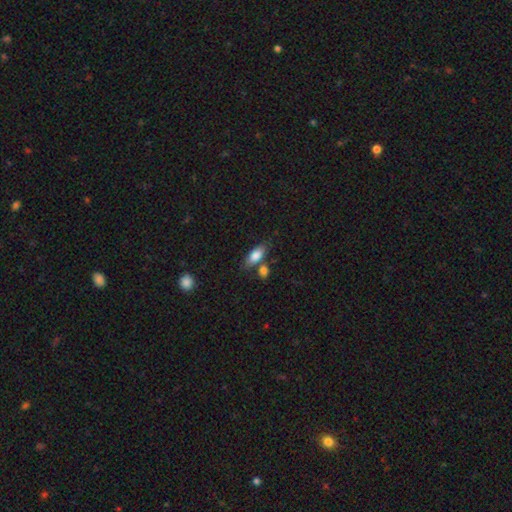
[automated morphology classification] A smooth galaxy with no disk features (80%) that is in between round and cigar-shaped (82%).

Vote fractions:
- Smooth or featured? smooth: 80% / featured or disk: 13% / star or artifact: 7%
- How rounded? in between: 82% / cigar-shaped: 14% / round: 4%
- Merging? none: 65% / merger: 16% / minor disturbance: 15% / major disturbance: 4%